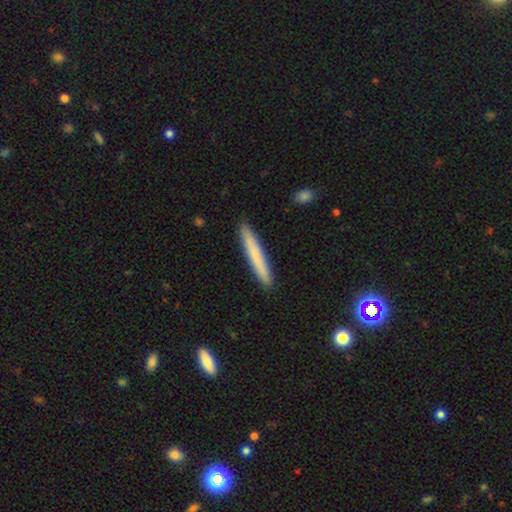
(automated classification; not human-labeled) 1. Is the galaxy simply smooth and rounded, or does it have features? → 72% smooth, 22% featured or disk, 6% star or artifact.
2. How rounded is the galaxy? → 96% cigar-shaped, 3% in between, 1% round.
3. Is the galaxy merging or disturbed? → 92% none, 6% minor disturbance, 1% major disturbance, 1% merger.